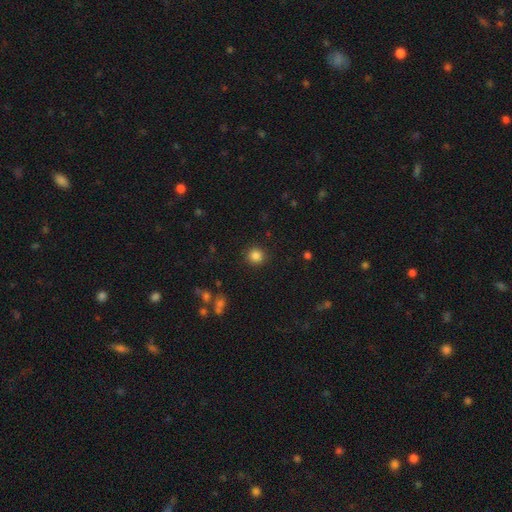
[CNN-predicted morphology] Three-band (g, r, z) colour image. It shows a smooth galaxy with no disk features (85%) that is round (93%). Merging: none (91%).